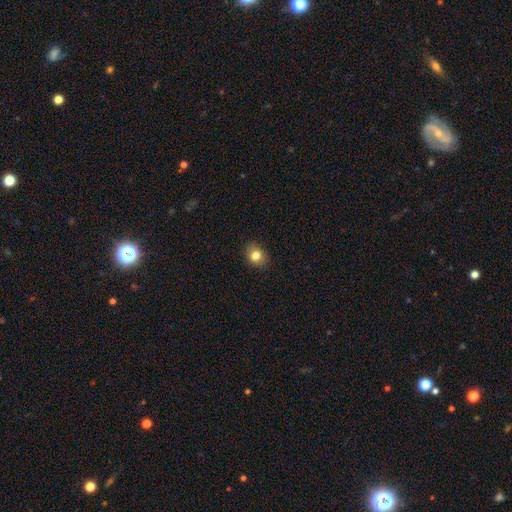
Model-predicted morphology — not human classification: Overall: smooth (81%). How rounded: round (50%; in between 49%). Merging: none (86%).